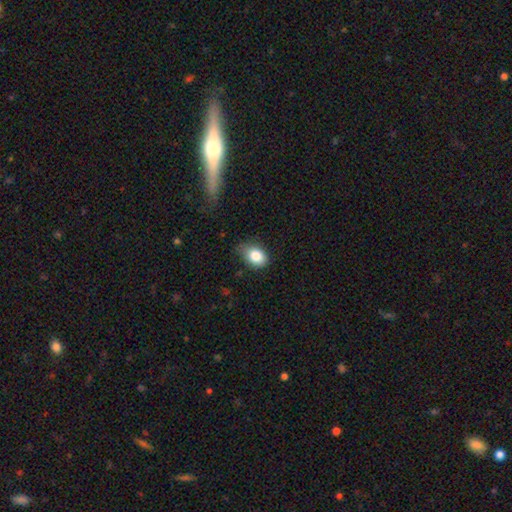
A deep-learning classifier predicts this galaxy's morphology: A smooth galaxy with no disk features (83%) that is in between round and cigar-shaped (72%).

Vote fractions:
- Smooth or featured? smooth: 83% / star or artifact: 9% / featured or disk: 8%
- How rounded? in between: 72% / round: 27% / cigar-shaped: 1%
- Merging? none: 56% / minor disturbance: 35% / major disturbance: 7% / merger: 2%